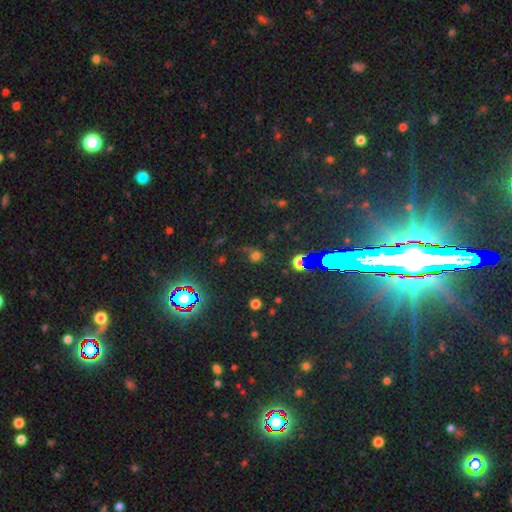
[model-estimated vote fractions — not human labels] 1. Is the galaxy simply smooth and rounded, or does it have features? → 56% smooth, 35% star or artifact, 8% featured or disk.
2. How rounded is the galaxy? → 87% round, 12% in between, 2% cigar-shaped.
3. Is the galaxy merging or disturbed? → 69% none, 14% minor disturbance, 11% major disturbance, 7% merger.